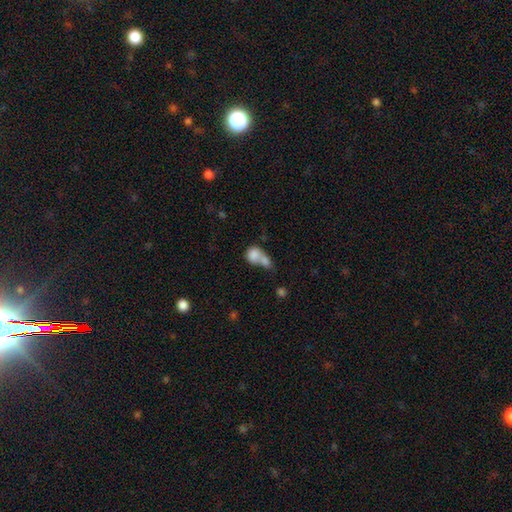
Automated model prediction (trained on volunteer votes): Smooth or featured? smooth (80%)
How rounded? round (57%)
Merging? merger (67%)